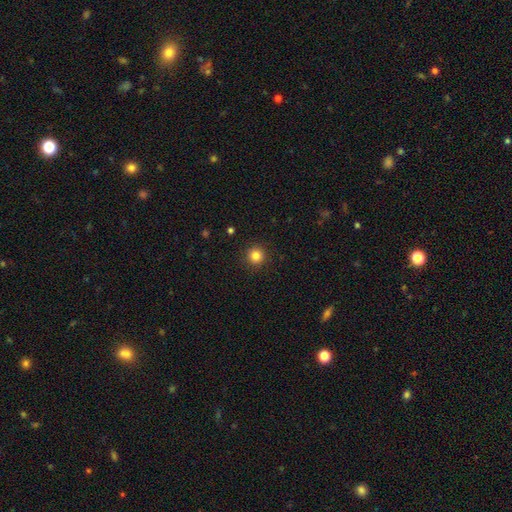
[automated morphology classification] This appears to be a smooth galaxy with no disk features (83%) that is round (95%). Merging: none (92%).